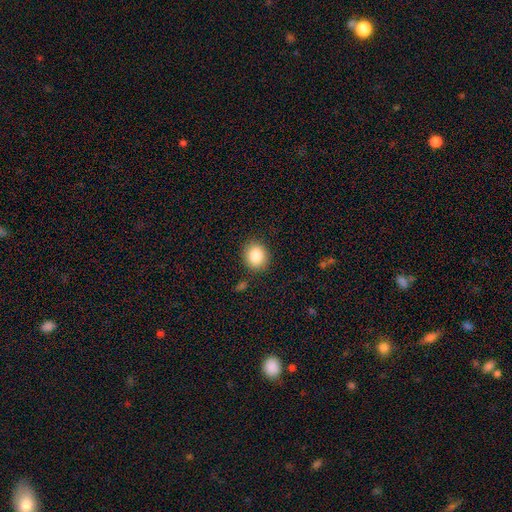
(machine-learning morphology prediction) A smooth galaxy with no disk features (86%) that is round (72%). Merging: none (85%).